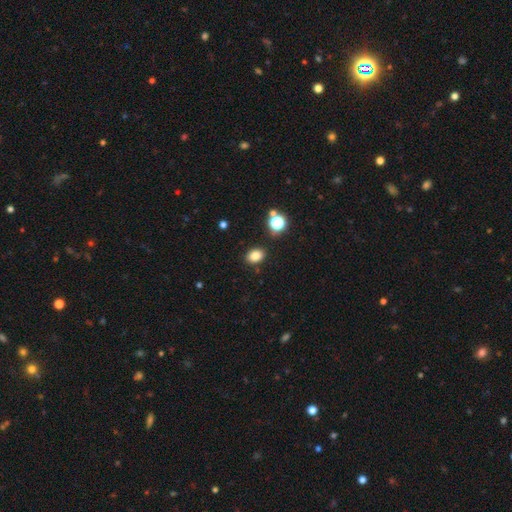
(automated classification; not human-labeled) A smooth galaxy with no disk features (82%) that is in between round and cigar-shaped (69%).

Vote fractions:
- Smooth or featured? smooth: 82% / star or artifact: 13% / featured or disk: 5%
- How rounded? in between: 69% / round: 30% / cigar-shaped: 1%
- Merging? none: 86% / minor disturbance: 9% / merger: 3% / major disturbance: 3%